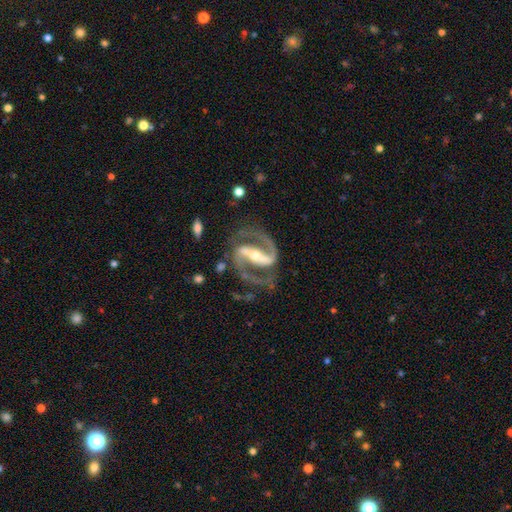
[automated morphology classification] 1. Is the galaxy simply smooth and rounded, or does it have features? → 93% featured or disk, 4% star or artifact, 3% smooth.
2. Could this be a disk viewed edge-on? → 97% no, 3% yes.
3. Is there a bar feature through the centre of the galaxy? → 80% strong, 14% weak, 7% no.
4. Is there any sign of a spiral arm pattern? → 98% yes, 2% no.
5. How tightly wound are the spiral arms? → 62% medium, 25% tight, 13% loose.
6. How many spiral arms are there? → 94% 2, 2% 1, 1% can't tell, 1% 3, 1% 4, 1% more than 4.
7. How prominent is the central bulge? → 49% small, 45% moderate, 4% large, 2% none, 1% dominant.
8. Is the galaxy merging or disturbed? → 78% none, 12% minor disturbance, 8% major disturbance, 2% merger.